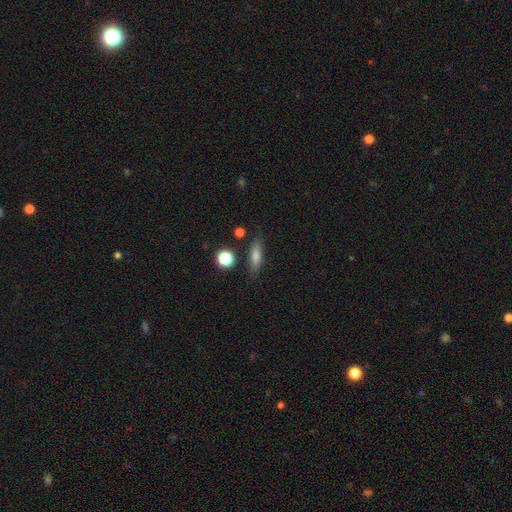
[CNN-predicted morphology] A smooth galaxy with no disk features (64%) that is cigar-shaped (52%).

Vote fractions:
- Smooth or featured? smooth: 64% / featured or disk: 23% / star or artifact: 13%
- How rounded? cigar-shaped: 52% / in between: 41% / round: 7%
- Merging? none: 81% / minor disturbance: 12% / merger: 3% / major disturbance: 3%